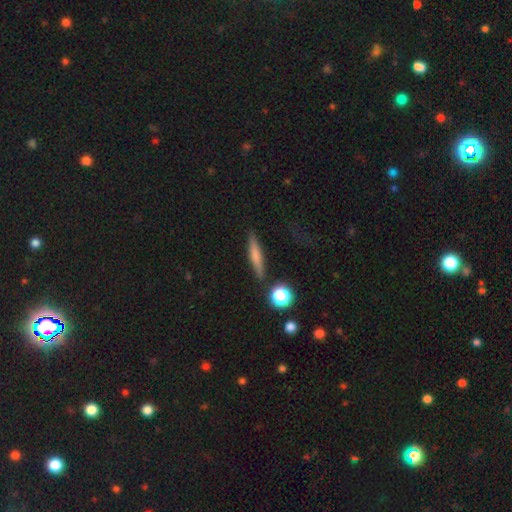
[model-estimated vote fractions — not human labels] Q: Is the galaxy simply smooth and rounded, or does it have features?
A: smooth — 61%.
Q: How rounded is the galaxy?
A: cigar-shaped — 83%.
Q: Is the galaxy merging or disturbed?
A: none — 83%.